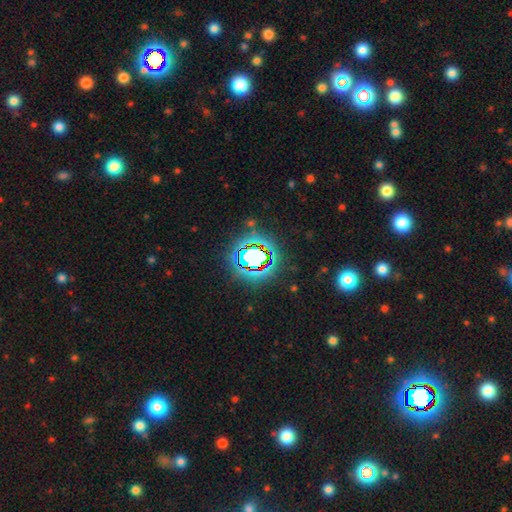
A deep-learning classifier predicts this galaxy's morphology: A star or artifact, not a galaxy (71%).